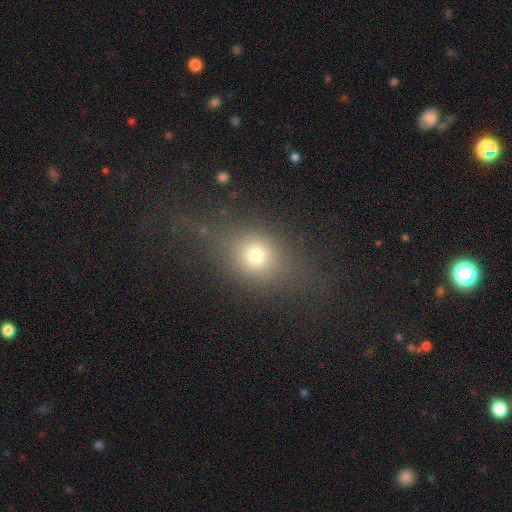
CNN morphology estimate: The model was most divided on "how rounded": round: 56%, in between: 40%, cigar-shaped: 5%. More confident: smooth or featured — smooth (65%); merging — none (62%).